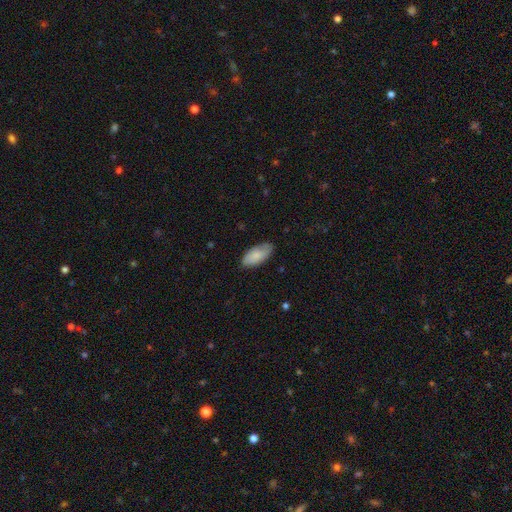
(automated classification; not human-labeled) Overall: smooth (83%). How rounded: in between (92%). Merging: none (80%).